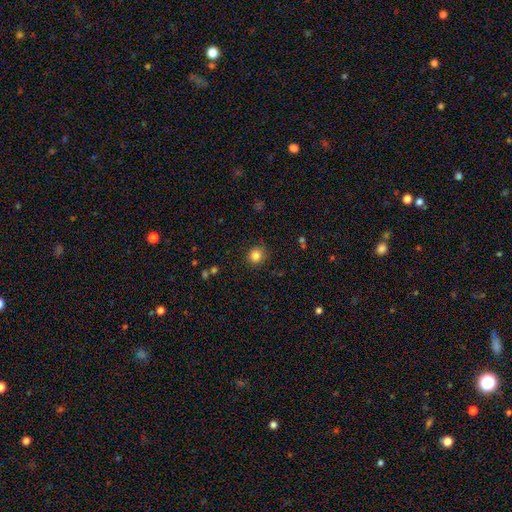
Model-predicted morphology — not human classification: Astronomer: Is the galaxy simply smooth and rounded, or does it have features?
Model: smooth — 84%.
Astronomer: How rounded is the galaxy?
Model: round — 85%.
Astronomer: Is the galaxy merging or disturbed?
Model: none — 85%.